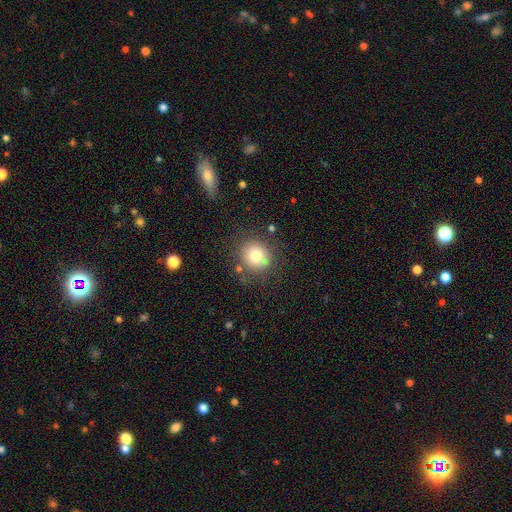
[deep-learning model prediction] A smooth galaxy with no disk features (77%) that is round (84%). Merging: none (82%).